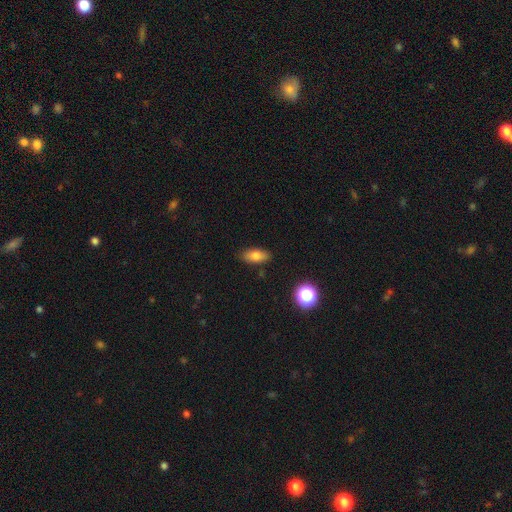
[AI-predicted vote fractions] Smooth or featured: smooth — 80% (featured or disk — 10%)
How rounded: in between — 85% (cigar-shaped — 10%)
Merging: none — 85% (minor disturbance — 11%)